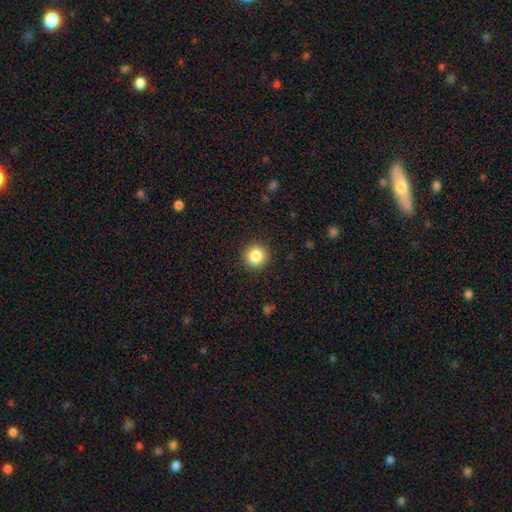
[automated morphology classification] Smooth or featured: smooth — 85% (star or artifact — 10%)
How rounded: round — 95% (in between — 4%)
Merging: none — 92% (minor disturbance — 5%)